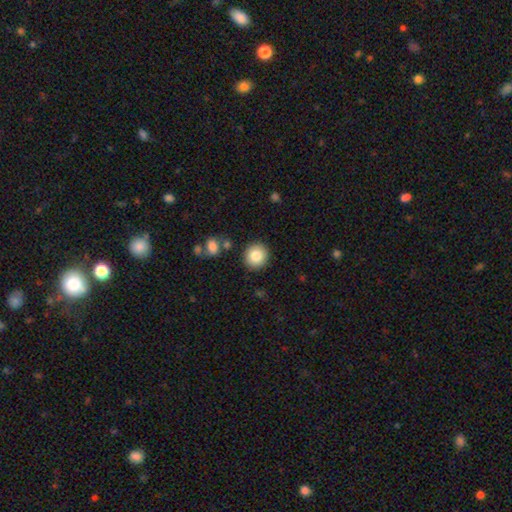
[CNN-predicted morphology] Q: Smooth or featured?
A: smooth (84%); runner-up: star or artifact (8%)
Q: How rounded?
A: round (92%); runner-up: in between (7%)
Q: Merging?
A: none (89%); runner-up: minor disturbance (7%)